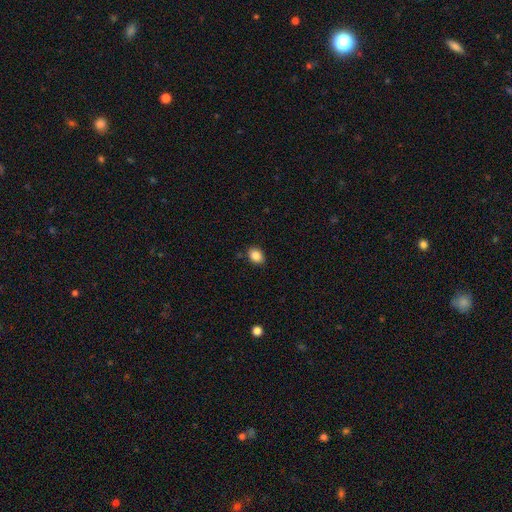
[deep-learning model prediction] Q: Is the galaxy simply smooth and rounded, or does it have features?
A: smooth — 86%.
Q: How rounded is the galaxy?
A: in between — 66%.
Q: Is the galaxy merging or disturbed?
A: none — 87%.